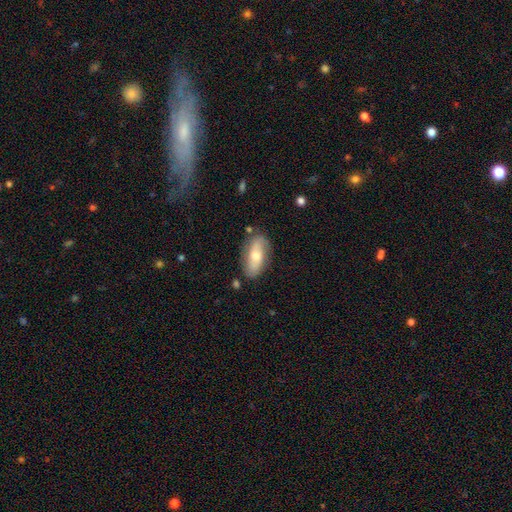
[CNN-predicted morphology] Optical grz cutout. It shows a smooth galaxy with no disk features (53%) that is in between round and cigar-shaped (84%). Merging: none (76%).